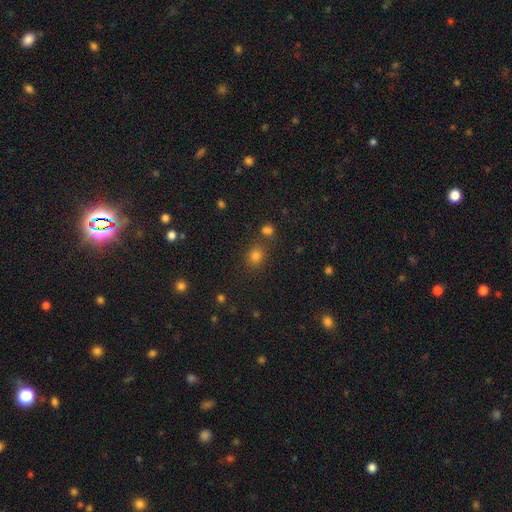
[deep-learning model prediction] Morphology: type=smooth (73%); roundness=round (74%); merging=none (78%).